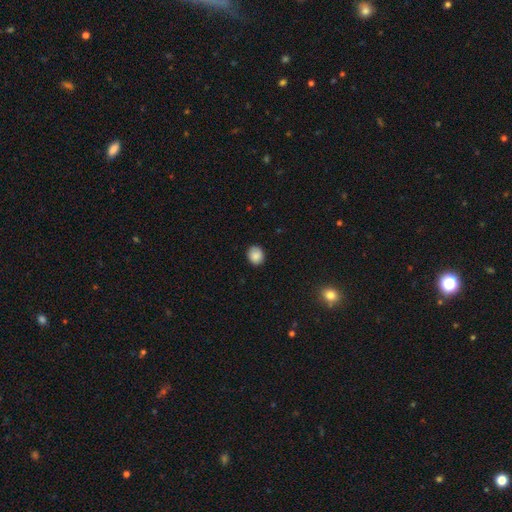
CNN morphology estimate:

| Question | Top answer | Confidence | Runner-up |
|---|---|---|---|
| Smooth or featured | smooth | 87% | star or artifact (9%) |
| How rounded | round | 76% | in between (24%) |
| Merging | none | 87% | minor disturbance (10%) |